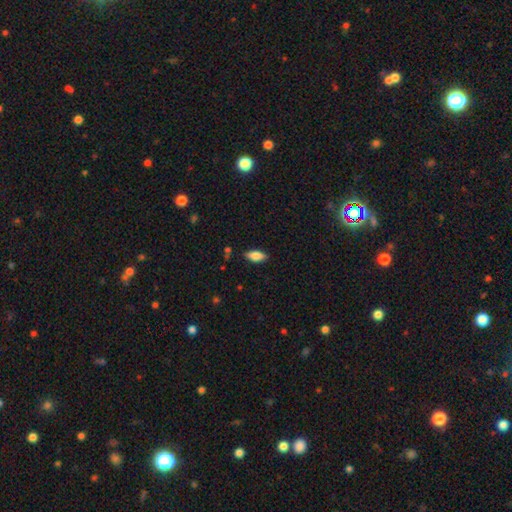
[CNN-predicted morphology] Smooth or featured? Predicted: smooth (p=0.77). How rounded? Predicted: in between (p=0.84). Merging? Predicted: none (p=0.83).